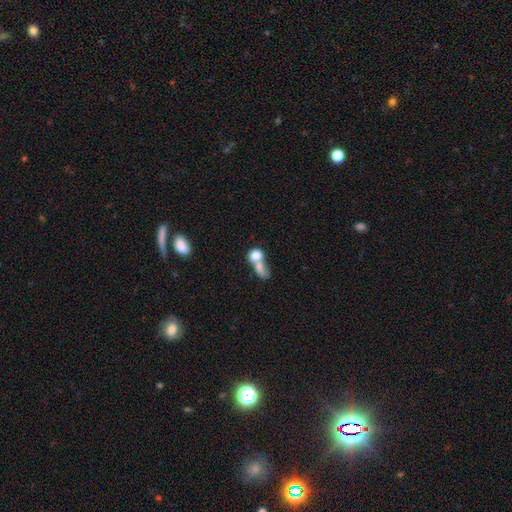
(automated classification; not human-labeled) Smooth or featured? Predicted: smooth (p=0.75). How rounded? Predicted: round (p=0.52). Merging? Predicted: merger (p=0.73).